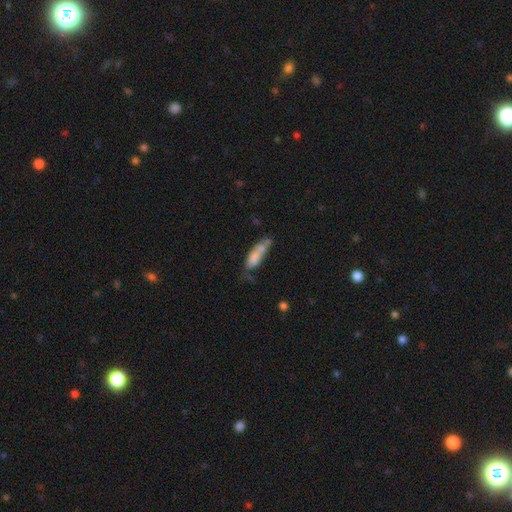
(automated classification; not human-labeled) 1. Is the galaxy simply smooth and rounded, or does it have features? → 68% smooth, 24% featured or disk, 8% star or artifact.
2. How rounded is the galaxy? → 62% in between, 36% cigar-shaped, 3% round.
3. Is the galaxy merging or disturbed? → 30% none, 26% minor disturbance, 26% merger, 17% major disturbance.